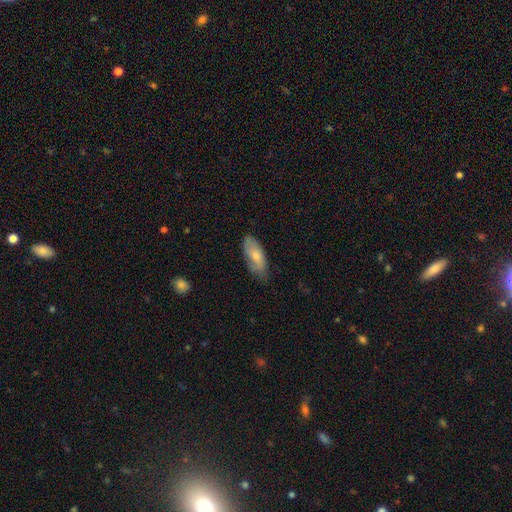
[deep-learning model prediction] Smooth or featured: smooth — 75% (featured or disk — 19%)
How rounded: in between — 80% (cigar-shaped — 18%)
Merging: none — 67% (minor disturbance — 27%)